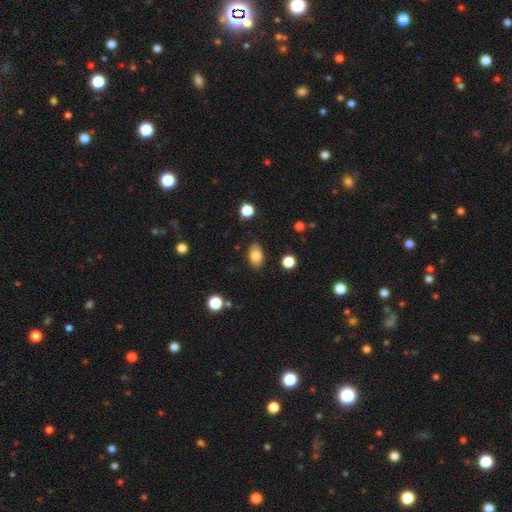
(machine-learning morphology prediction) smooth-or-featured: smooth: 81% | featured or disk: 11% | star or artifact: 8%
  how-rounded: in between: 87% | round: 11% | cigar-shaped: 2%
  merging: none: 84% | minor disturbance: 12% | major disturbance: 3% | merger: 2%